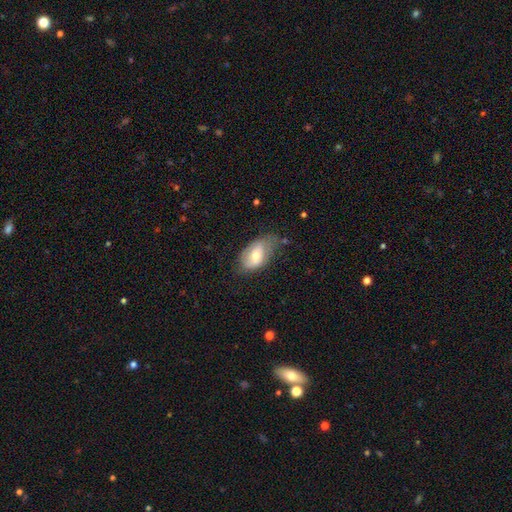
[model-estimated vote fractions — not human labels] The model was most divided on "merging": none: 48%, minor disturbance: 35%, major disturbance: 14%, merger: 3%. More confident: how rounded — in between (91%); smooth or featured — smooth (59%).